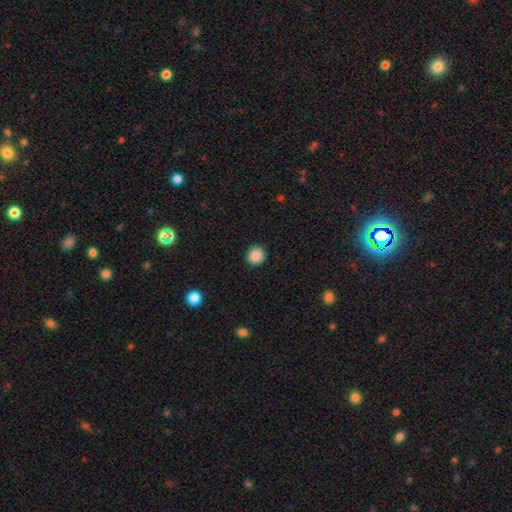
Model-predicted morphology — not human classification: The model was most divided on "smooth or featured": smooth: 88%, star or artifact: 9%, featured or disk: 3%. More confident: how rounded — round (92%); merging — none (91%).